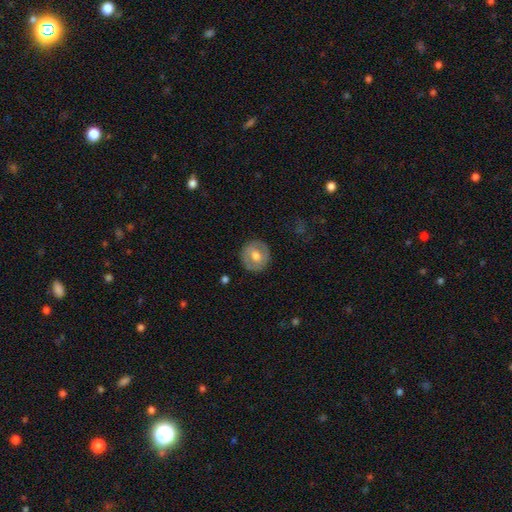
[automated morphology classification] Smooth or featured? Predicted: smooth (p=0.52). How rounded? Predicted: round (p=0.85). Merging? Predicted: none (p=0.86).